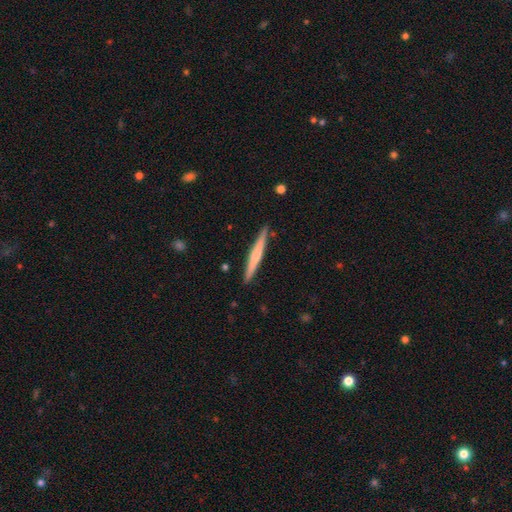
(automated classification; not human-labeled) A smooth galaxy with no disk features (50%) that is cigar-shaped (96%). Merging: none (90%).